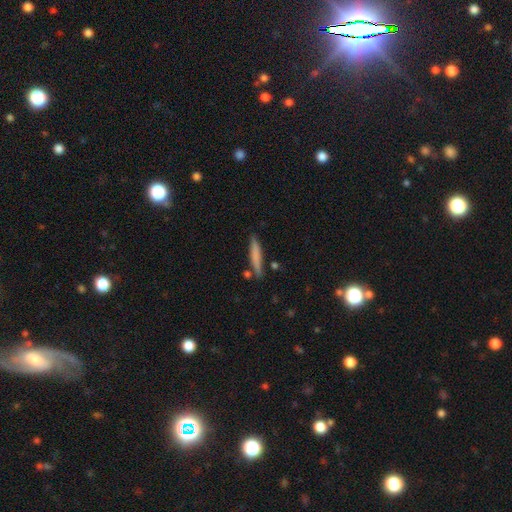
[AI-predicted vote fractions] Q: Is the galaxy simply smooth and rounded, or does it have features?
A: smooth — 75%.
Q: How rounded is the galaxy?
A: cigar-shaped — 92%.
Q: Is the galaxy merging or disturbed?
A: none — 81%.